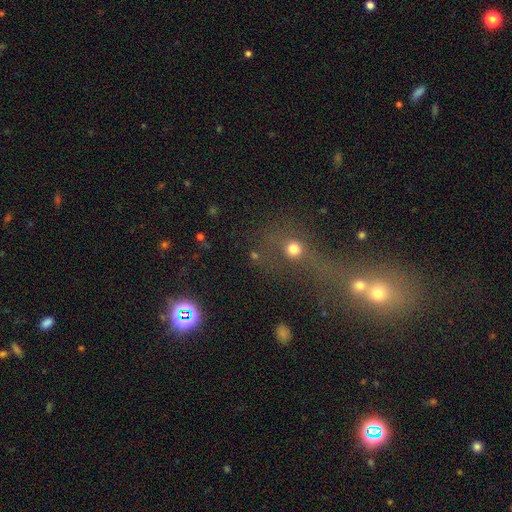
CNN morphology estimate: smooth 47%, star or artifact 39%, featured or disk 14%. Down the decision tree: merging — none (40%).